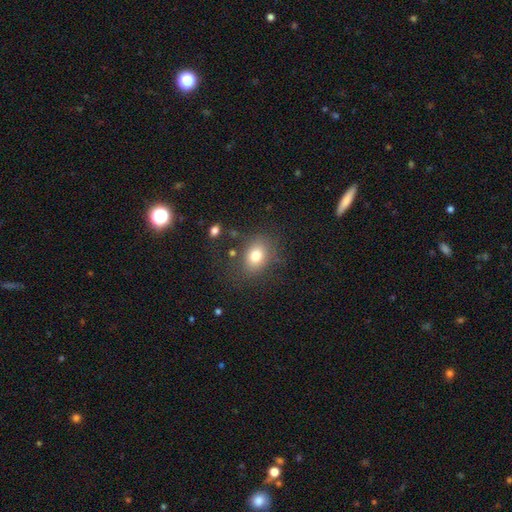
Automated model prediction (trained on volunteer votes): Smooth or featured?
  - smooth: 78% *
  - star or artifact: 11%
  - featured or disk: 11%
How rounded?
  - in between: 59% *
  - round: 40%
  - cigar-shaped: 1%
Merging?
  - none: 74% *
  - minor disturbance: 15%
  - major disturbance: 7%
  - merger: 3%